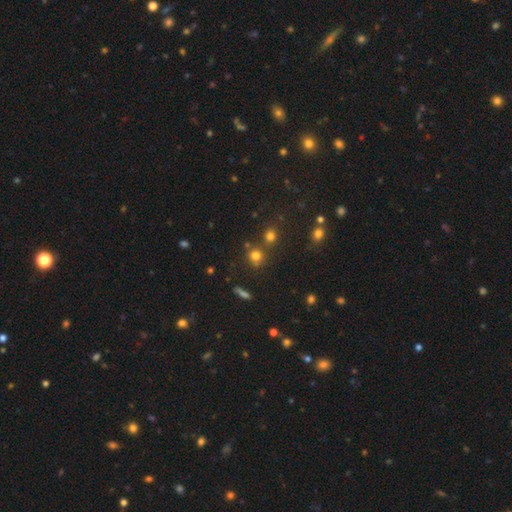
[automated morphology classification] A smooth galaxy with no disk features (72%) that is round (86%). Merging: none (69%).